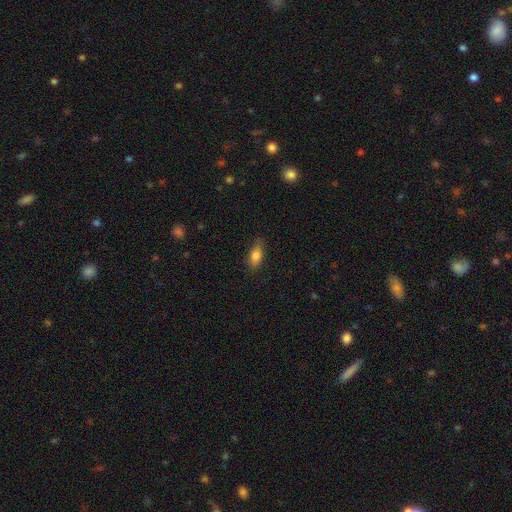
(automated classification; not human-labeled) Morphology: type=smooth (82%); roundness=in between (82%); merging=none (80%).